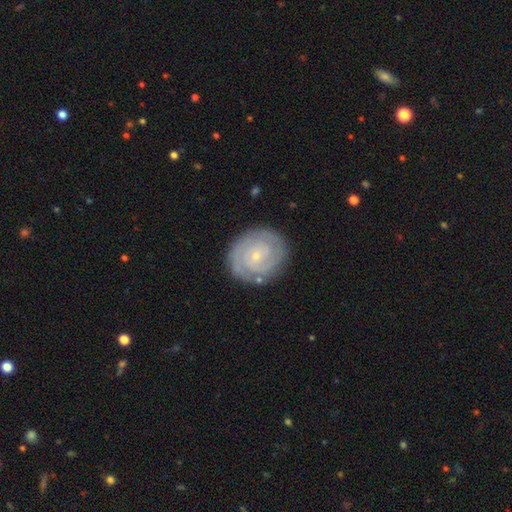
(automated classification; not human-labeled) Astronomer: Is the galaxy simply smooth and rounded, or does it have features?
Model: featured or disk — 81%.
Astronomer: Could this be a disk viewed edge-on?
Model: no — 98%.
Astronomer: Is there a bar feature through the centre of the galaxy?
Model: no — 74%.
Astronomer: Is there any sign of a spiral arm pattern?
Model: yes — 95%.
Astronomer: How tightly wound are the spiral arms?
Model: tight — 79%.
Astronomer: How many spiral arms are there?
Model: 2 — 42% (runner-up: can't tell, 24%).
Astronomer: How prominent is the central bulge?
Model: small — 86%.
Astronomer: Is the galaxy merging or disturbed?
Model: none — 83%.